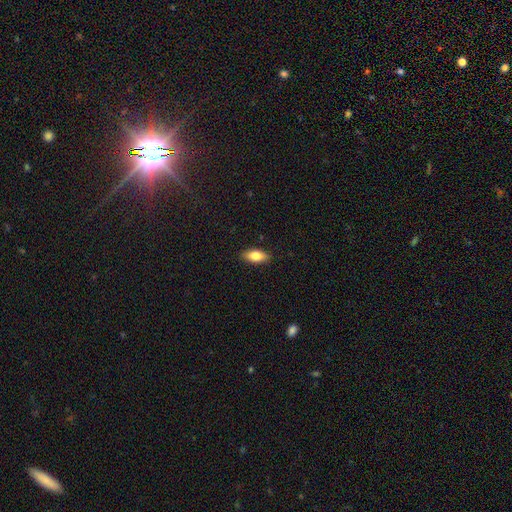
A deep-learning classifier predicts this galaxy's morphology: smooth-or-featured: smooth: 82% | featured or disk: 12% | star or artifact: 7%
  how-rounded: in between: 87% | cigar-shaped: 10% | round: 3%
  merging: none: 88% | minor disturbance: 9% | major disturbance: 2% | merger: 1%